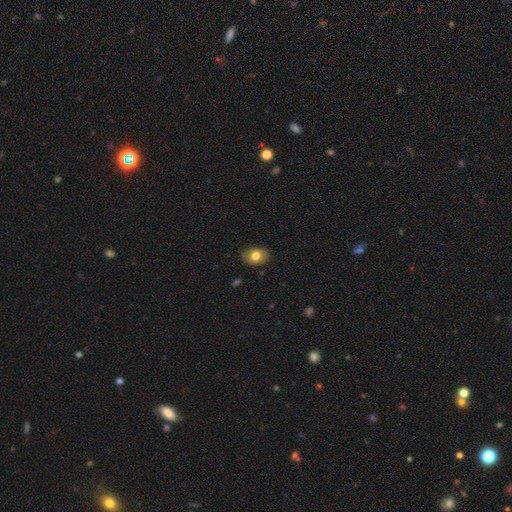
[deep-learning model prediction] Smooth or featured? smooth (77%)
How rounded? in between (80%)
Merging? none (85%)